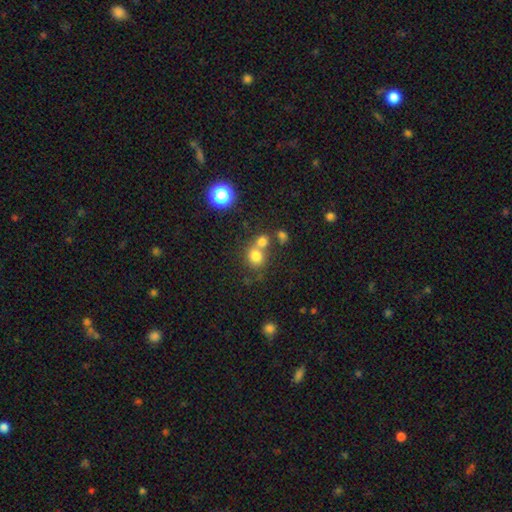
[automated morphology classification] Smooth or featured: smooth — 76% (star or artifact — 15%)
How rounded: round — 82% (in between — 17%)
Merging: none — 49% (merger — 39%)